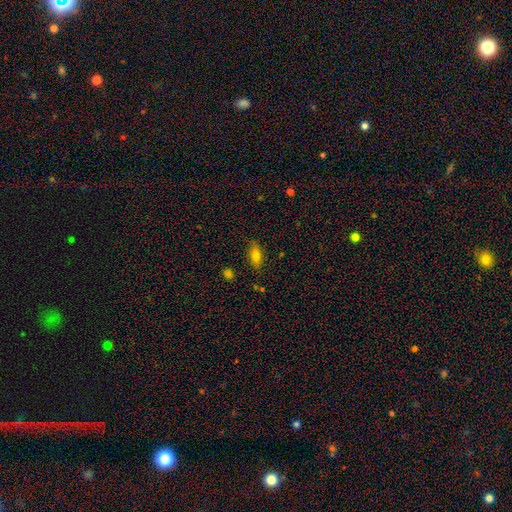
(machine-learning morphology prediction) Smooth or featured: smooth — 74% (featured or disk — 16%)
How rounded: in between — 78% (cigar-shaped — 17%)
Merging: none — 82% (minor disturbance — 13%)